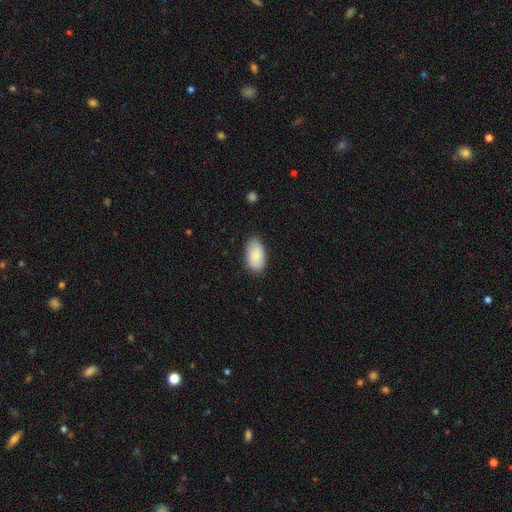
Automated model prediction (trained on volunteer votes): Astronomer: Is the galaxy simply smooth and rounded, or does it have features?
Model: smooth — 87%.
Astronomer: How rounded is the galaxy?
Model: in between — 95%.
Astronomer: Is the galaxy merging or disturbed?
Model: none — 82%.